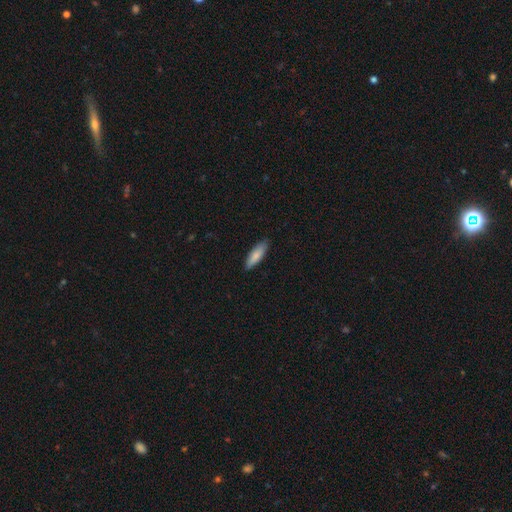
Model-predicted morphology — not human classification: This appears to be a smooth galaxy with no disk features (84%) that is in between round and cigar-shaped (50%). Merging: none (86%).